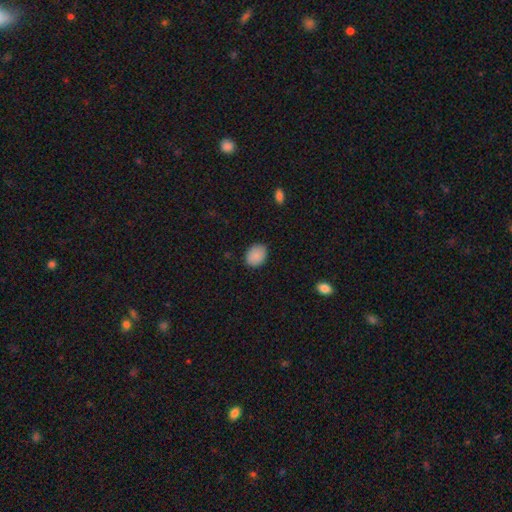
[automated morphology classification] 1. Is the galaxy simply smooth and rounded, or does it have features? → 89% smooth, 8% star or artifact, 4% featured or disk.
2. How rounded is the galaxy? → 61% in between, 38% round, 1% cigar-shaped.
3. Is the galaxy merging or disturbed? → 85% none, 12% minor disturbance, 2% major disturbance, 1% merger.